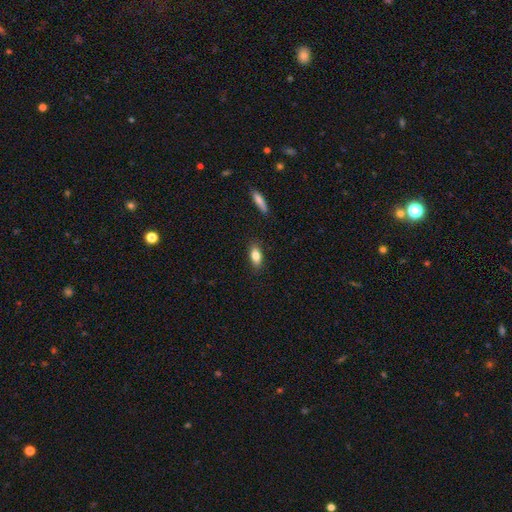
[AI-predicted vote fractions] A smooth galaxy with no disk features (82%) that is in between round and cigar-shaped (85%). Merging: none (86%).